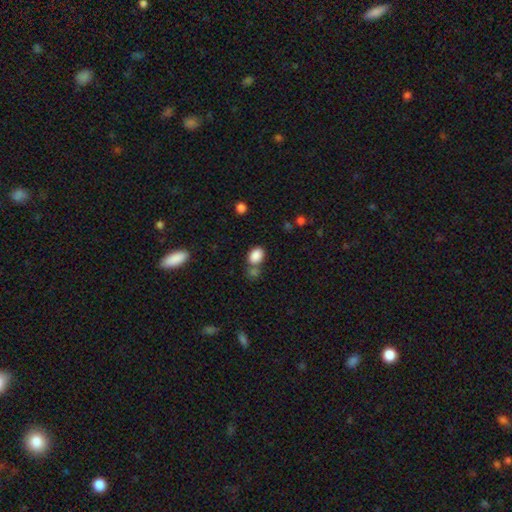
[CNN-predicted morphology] This is clearly a smooth galaxy (86%). How rounded: likely in between (78%). Merging: possibly none (53%).